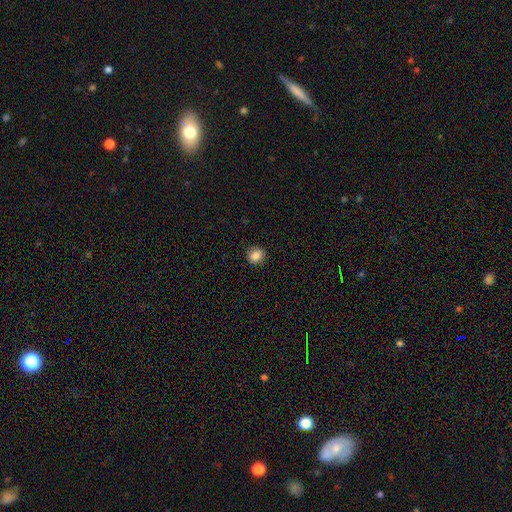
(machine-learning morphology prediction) This is clearly a smooth galaxy (85%). How rounded: likely round (75%). Merging: clearly none (88%).